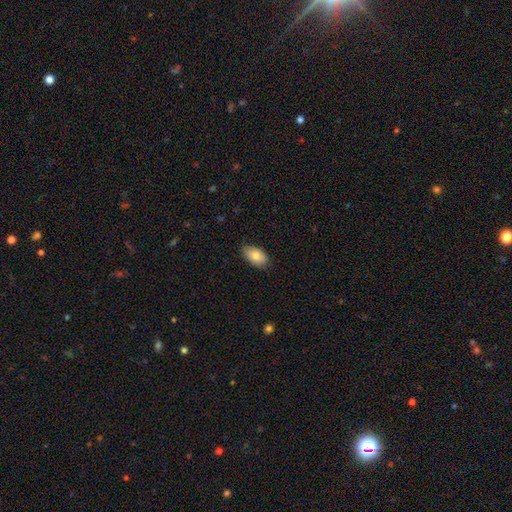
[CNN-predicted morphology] This appears to be a smooth galaxy with no disk features (79%) that is in between round and cigar-shaped (92%). Merging: none (82%).